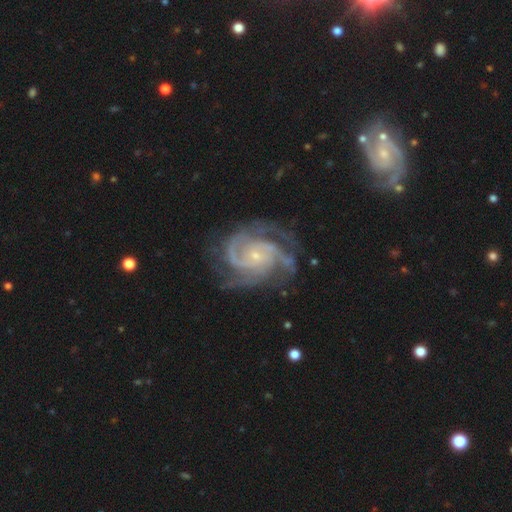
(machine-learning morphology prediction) Q: Smooth or featured?
A: featured or disk (92%); runner-up: star or artifact (5%)
Q: Edge-on disk?
A: no (98%); runner-up: yes (2%)
Q: Bar?
A: no (70%); runner-up: weak (23%)
Q: Spiral arms?
A: yes (98%); runner-up: no (2%)
Q: Spiral winding?
A: tight (54%); runner-up: medium (40%)
Q: Spiral arm count?
A: 3 (37%); runner-up: 2 (29%)
Q: Bulge size?
A: small (82%); runner-up: moderate (13%)
Q: Merging?
A: none (68%); runner-up: minor disturbance (20%)